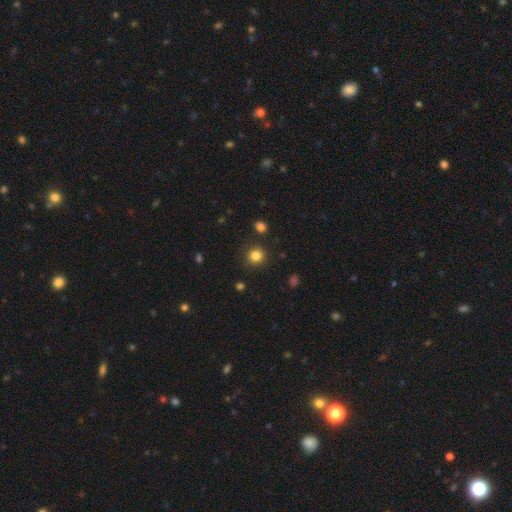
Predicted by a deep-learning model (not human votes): Q: Smooth or featured?
A: smooth (84%); runner-up: star or artifact (12%)
Q: How rounded?
A: round (92%); runner-up: in between (7%)
Q: Merging?
A: none (89%); runner-up: minor disturbance (6%)